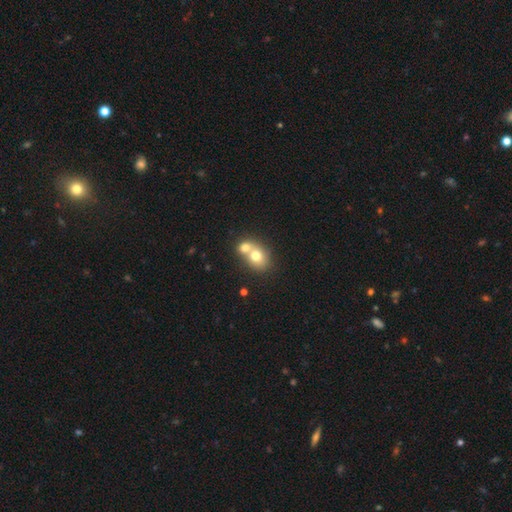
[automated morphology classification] This appears to be a smooth galaxy with no disk features (71%) that is round (60%). Merging: merger (66%).